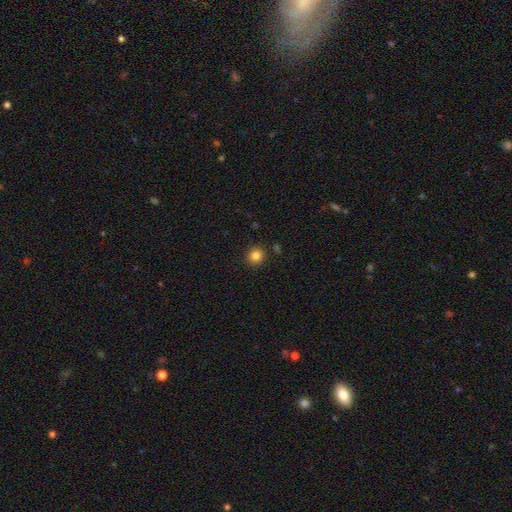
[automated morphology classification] smooth 83%, star or artifact 12%, featured or disk 5%. Down the decision tree: how rounded — round (90%); merging — none (90%).